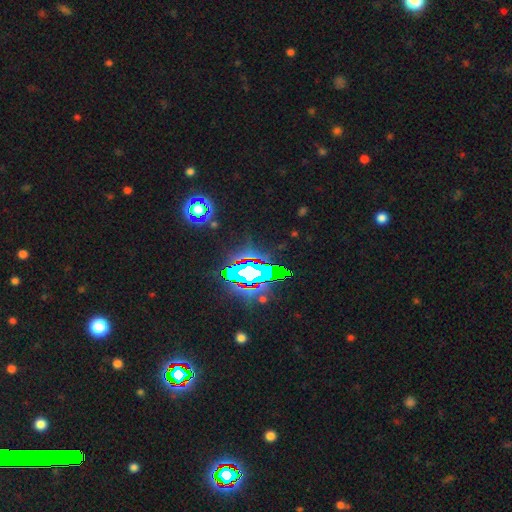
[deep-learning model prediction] A star or artifact, not a galaxy (83%).